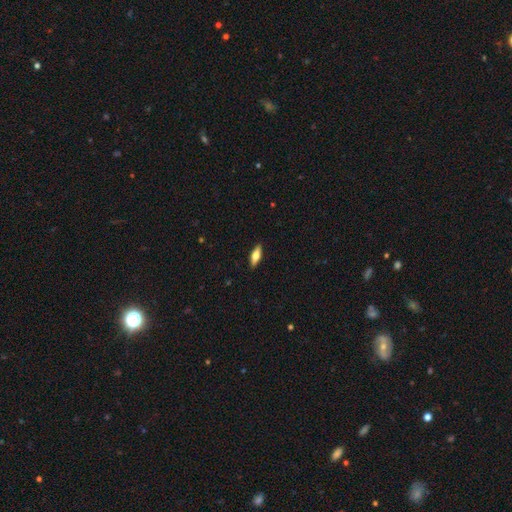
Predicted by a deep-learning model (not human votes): smooth-or-featured: smooth: 59% | featured or disk: 34% | star or artifact: 6%
  how-rounded: in between: 56% | cigar-shaped: 41% | round: 3%
  merging: none: 90% | minor disturbance: 8% | major disturbance: 2% | merger: 1%